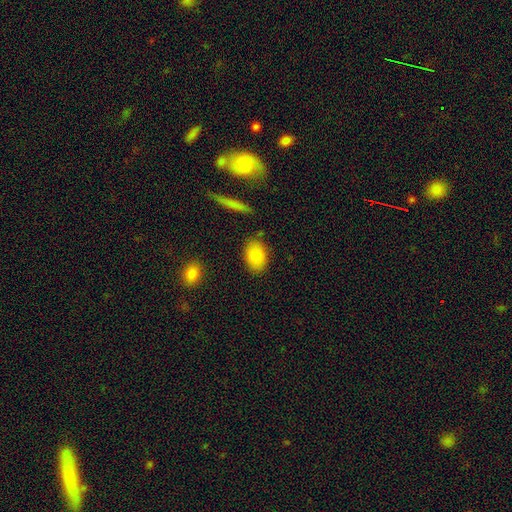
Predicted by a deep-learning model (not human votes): smooth_or_featured: smooth (p=0.83) [alt: featured or disk p=0.10]
how_rounded: in between (p=0.82) [alt: round p=0.16]
merging: none (p=0.83) [alt: minor disturbance p=0.11]